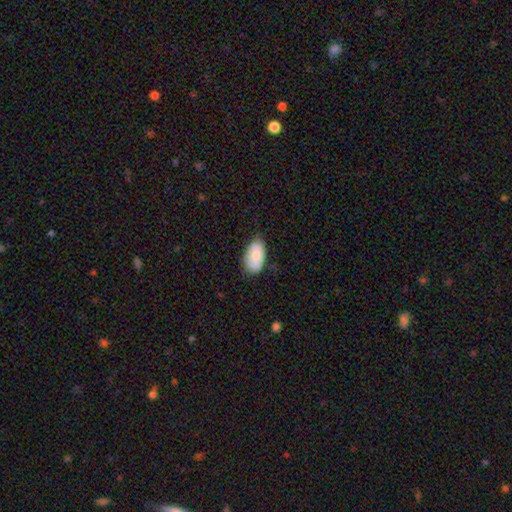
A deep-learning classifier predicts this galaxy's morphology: smooth_or_featured: smooth (p=0.80) [alt: featured or disk p=0.14]
how_rounded: in between (p=0.94) [alt: round p=0.04]
merging: none (p=0.70) [alt: minor disturbance p=0.23]